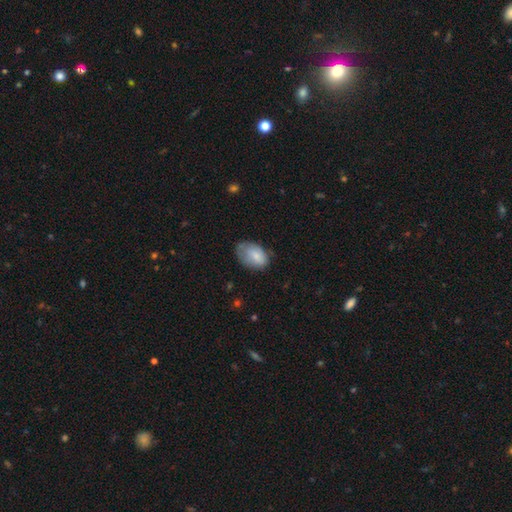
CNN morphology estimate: smooth 77%, featured or disk 16%, star or artifact 7%. Down the decision tree: how rounded — in between (88%); merging — none (51%).